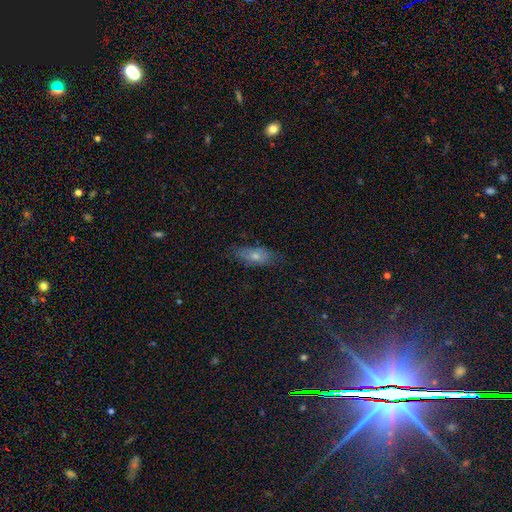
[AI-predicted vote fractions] Smooth or featured? smooth (68%)
How rounded? in between (78%)
Merging? none (71%)